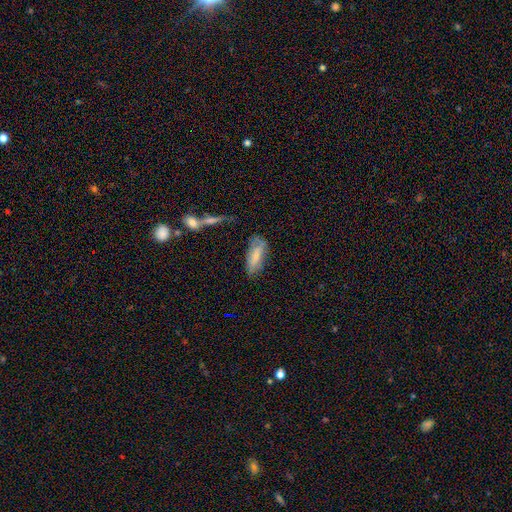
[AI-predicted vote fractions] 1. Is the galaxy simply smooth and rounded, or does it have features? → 67% smooth, 26% featured or disk, 7% star or artifact.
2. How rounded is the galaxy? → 74% in between, 24% cigar-shaped, 2% round.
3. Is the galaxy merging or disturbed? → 60% none, 27% minor disturbance, 9% major disturbance, 5% merger.